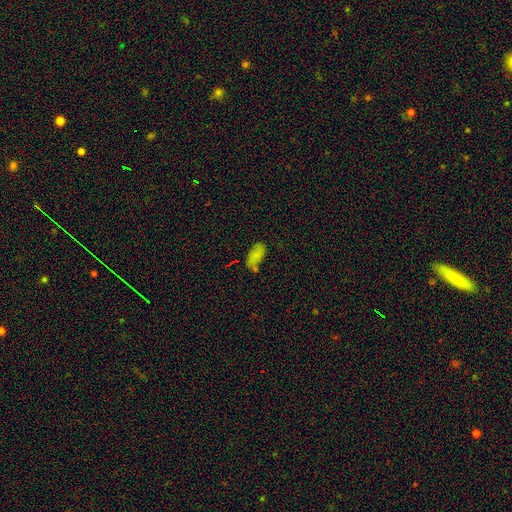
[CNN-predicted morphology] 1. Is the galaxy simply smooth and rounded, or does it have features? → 71% smooth, 15% star or artifact, 15% featured or disk.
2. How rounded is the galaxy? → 91% in between, 5% cigar-shaped, 4% round.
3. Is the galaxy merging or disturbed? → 50% none, 25% minor disturbance, 15% merger, 10% major disturbance.